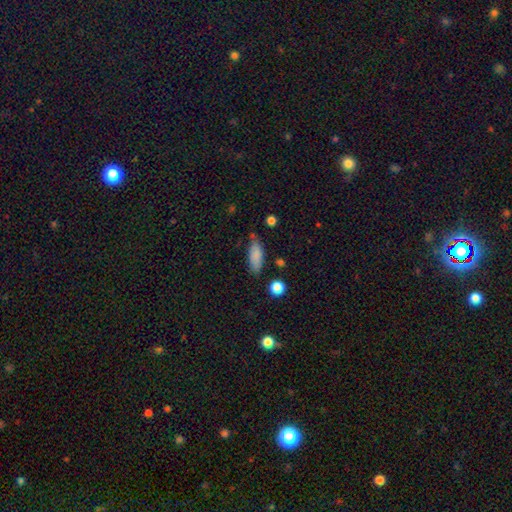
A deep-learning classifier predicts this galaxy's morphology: This appears to be a smooth galaxy with no disk features (84%) that is in between round and cigar-shaped (72%). Merging: none (70%).